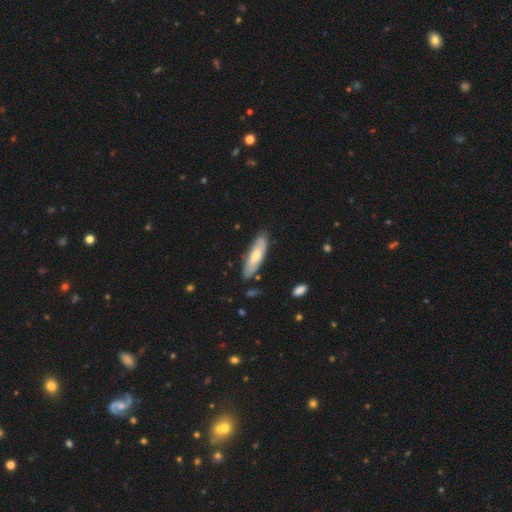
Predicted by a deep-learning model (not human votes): Smooth or featured: smooth — 55% (featured or disk — 40%)
How rounded: cigar-shaped — 52% (in between — 46%)
Merging: none — 81% (minor disturbance — 14%)